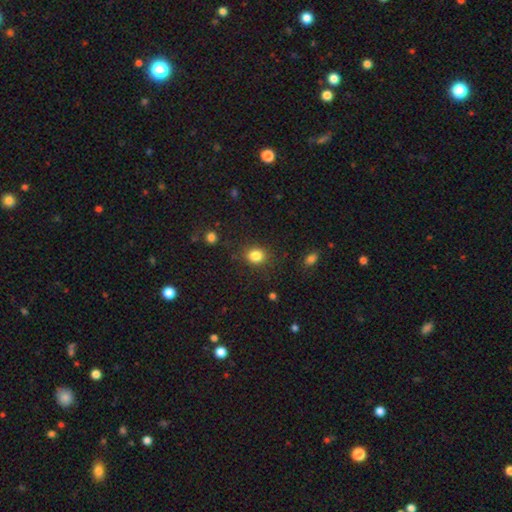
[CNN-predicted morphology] Smooth or featured: smooth — 84% (star or artifact — 11%)
How rounded: round — 66% (in between — 33%)
Merging: none — 83% (minor disturbance — 11%)